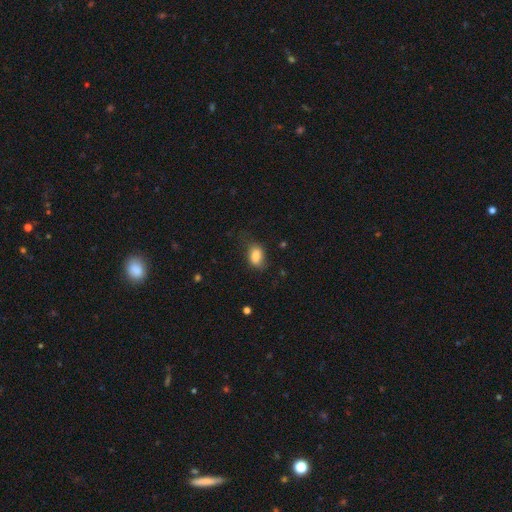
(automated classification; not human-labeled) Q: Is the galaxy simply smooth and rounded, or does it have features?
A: smooth — 83%.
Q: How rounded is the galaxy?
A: in between — 82%.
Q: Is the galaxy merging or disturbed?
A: none — 64%.